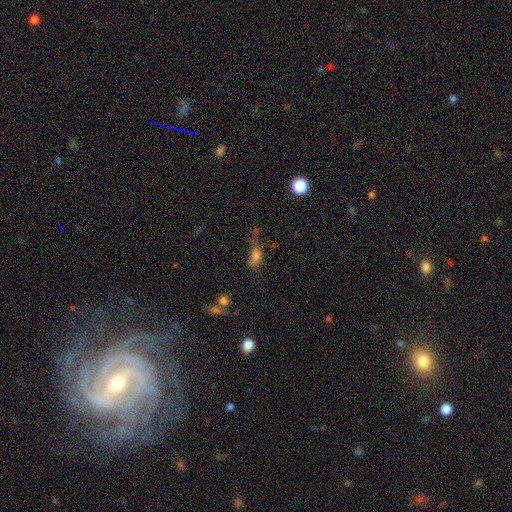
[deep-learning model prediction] Smooth or featured?
  - smooth: 57% *
  - featured or disk: 26%
  - star or artifact: 18%
How rounded?
  - in between: 65% *
  - cigar-shaped: 20%
  - round: 15%
Merging?
  - none: 37% *
  - major disturbance: 26%
  - minor disturbance: 25%
  - merger: 12%